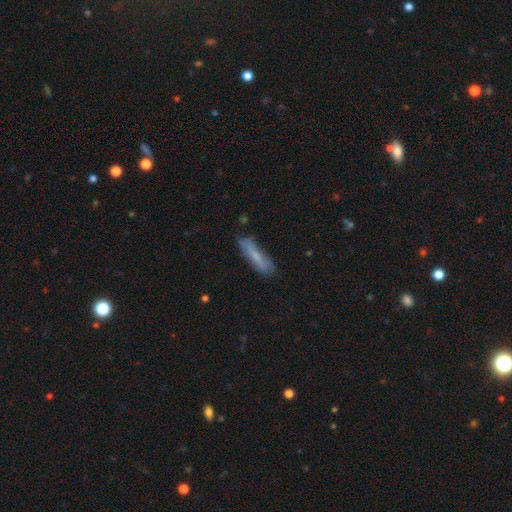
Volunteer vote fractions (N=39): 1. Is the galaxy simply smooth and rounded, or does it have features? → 54% smooth, 41% featured or disk, 5% star or artifact.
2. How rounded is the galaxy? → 67% cigar-shaped, 33% in between, 0% round.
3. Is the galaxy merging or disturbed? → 89% none, 11% minor disturbance, 0% major disturbance, 0% merger.